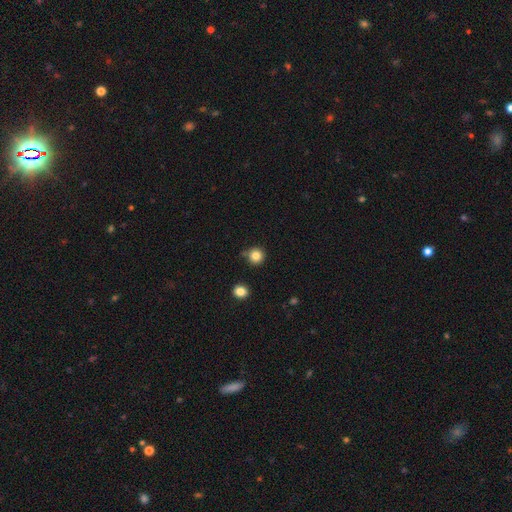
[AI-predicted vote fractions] smooth 83%, star or artifact 11%, featured or disk 6%. Down the decision tree: how rounded — round (94%); merging — none (82%).